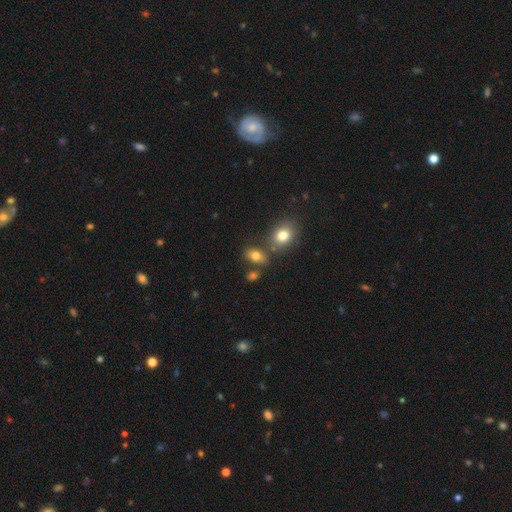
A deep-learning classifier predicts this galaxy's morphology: This is likely a smooth galaxy (77%). How rounded: likely in between (77%). Merging: likely none (64%).